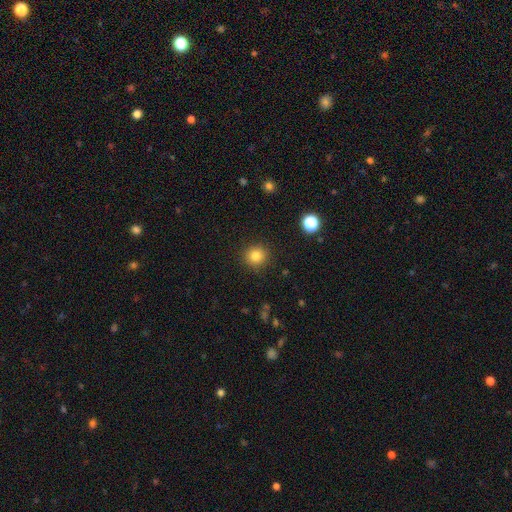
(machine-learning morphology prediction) smooth_or_featured: smooth (p=0.83) [alt: star or artifact p=0.12]
how_rounded: round (p=0.92) [alt: in between p=0.07]
merging: none (p=0.90) [alt: minor disturbance p=0.06]